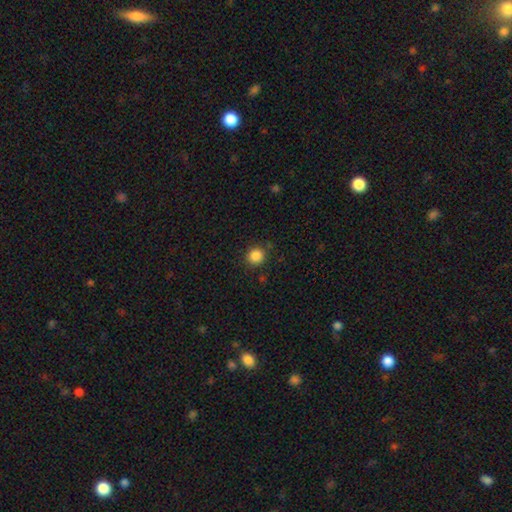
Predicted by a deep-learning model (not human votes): The model was most divided on "smooth or featured": smooth: 86%, star or artifact: 11%, featured or disk: 3%. More confident: how rounded — round (91%); merging — none (87%).